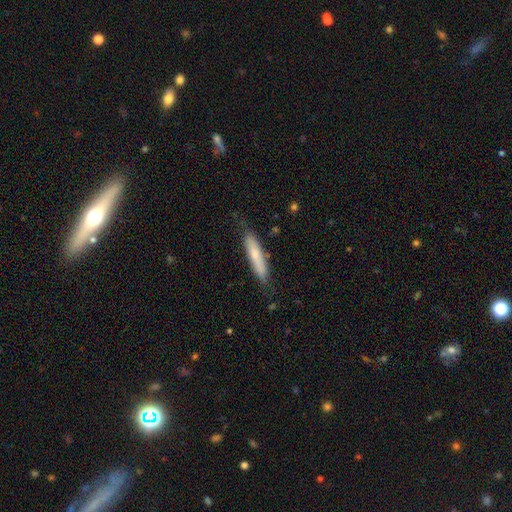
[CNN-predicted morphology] Smooth or featured: smooth — 68% (featured or disk — 27%)
How rounded: cigar-shaped — 89% (in between — 10%)
Merging: none — 75% (minor disturbance — 20%)